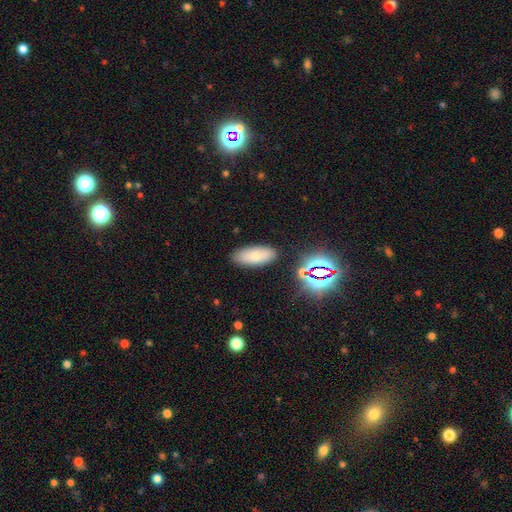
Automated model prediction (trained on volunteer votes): Overall: smooth (73%). How rounded: in between (83%). Merging: none (85%).